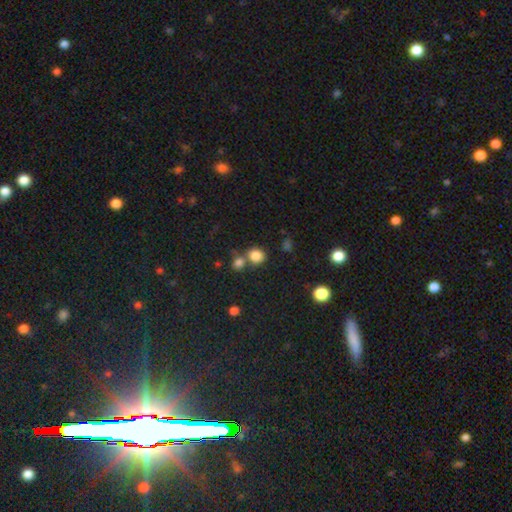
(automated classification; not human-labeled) This appears to be a smooth galaxy with no disk features (82%) that is round (78%). Merging: none (56%).